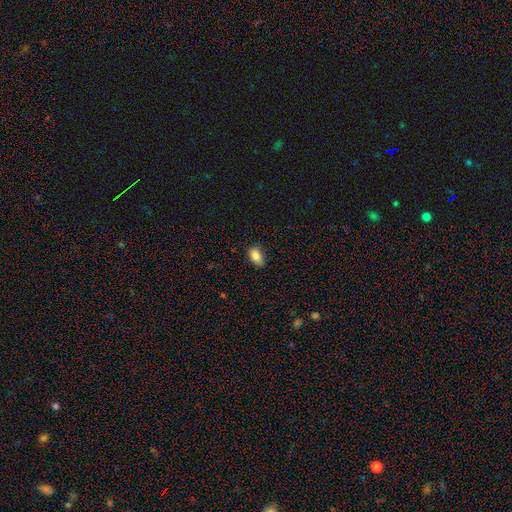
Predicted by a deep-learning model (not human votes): smooth-or-featured: smooth: 87% | star or artifact: 8% | featured or disk: 5%
  how-rounded: in between: 88% | round: 10% | cigar-shaped: 2%
  merging: none: 82% | minor disturbance: 15% | major disturbance: 3% | merger: 1%